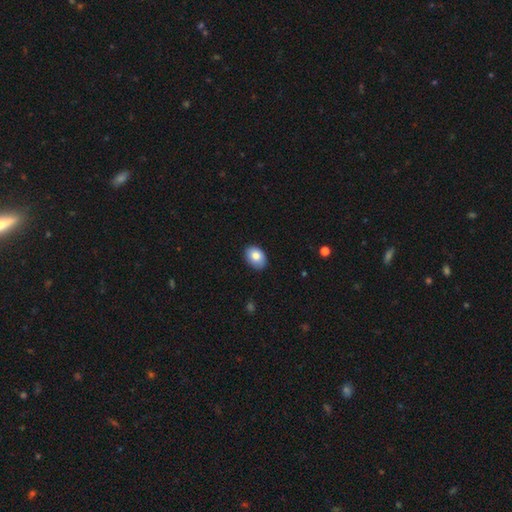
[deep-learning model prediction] This is clearly a smooth galaxy (82%). How rounded: likely in between (79%). Merging: clearly none (85%).